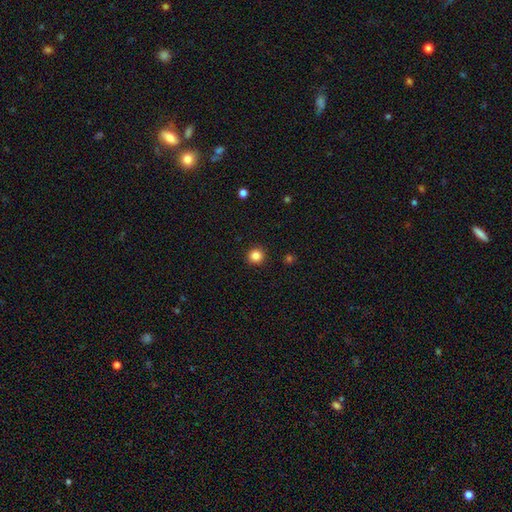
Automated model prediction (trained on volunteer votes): The model was most divided on "smooth or featured": smooth: 85%, star or artifact: 11%, featured or disk: 4%. More confident: how rounded — round (94%); merging — none (93%).